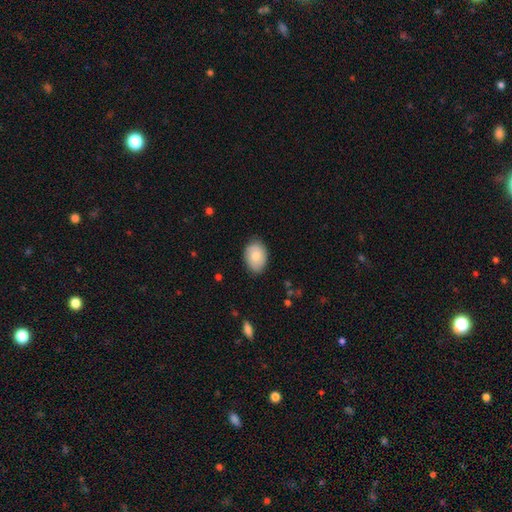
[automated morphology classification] The model was most divided on "how rounded": in between: 81%, round: 18%, cigar-shaped: 1%. More confident: smooth or featured — smooth (80%); merging — none (80%).